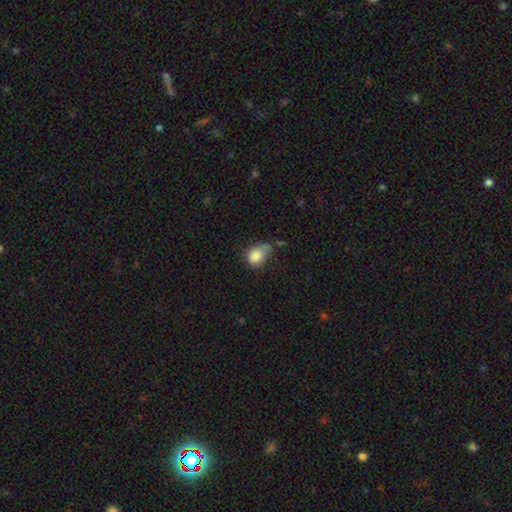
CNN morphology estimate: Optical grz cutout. It shows a smooth galaxy with no disk features (82%) that is in between round and cigar-shaped (65%). Merging: minor disturbance (38%).